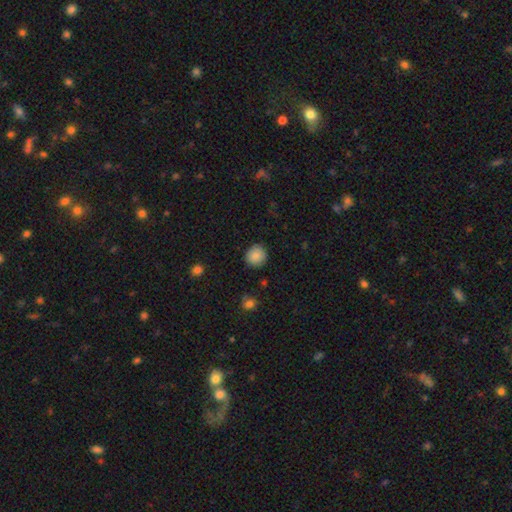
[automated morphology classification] type=smooth (88%); roundness=round (91%); merging=none (90%).